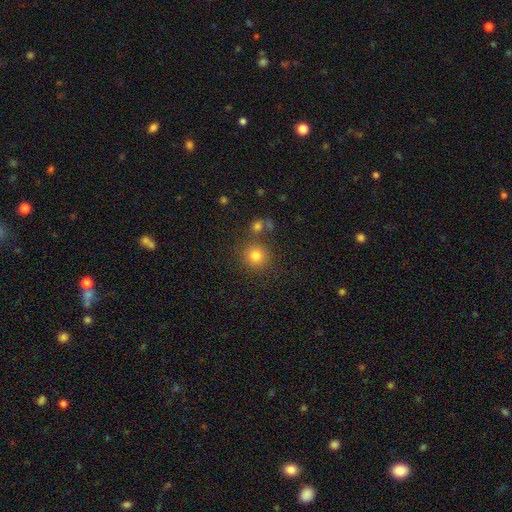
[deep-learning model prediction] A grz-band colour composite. It shows a smooth galaxy with no disk features (81%) that is round (91%). Merging: none (79%).